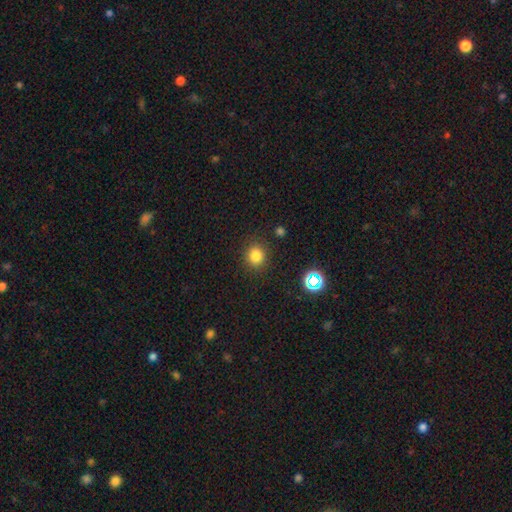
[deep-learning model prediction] Smooth or featured: smooth — 81% (star or artifact — 14%)
How rounded: round — 81% (in between — 18%)
Merging: none — 87% (minor disturbance — 8%)